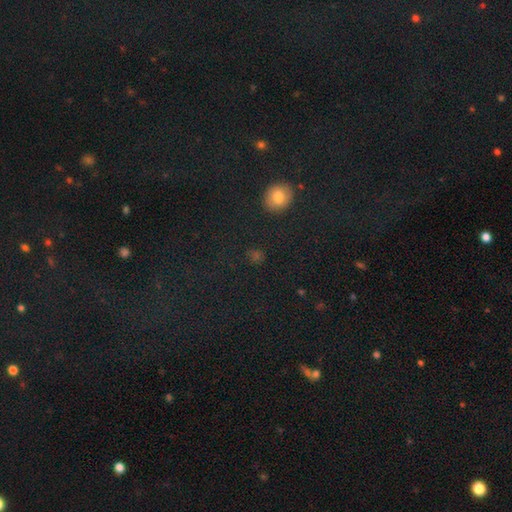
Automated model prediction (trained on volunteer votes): Q: Smooth or featured?
A: smooth (60%); runner-up: star or artifact (31%)
Q: How rounded?
A: round (78%); runner-up: in between (20%)
Q: Merging?
A: none (86%); runner-up: minor disturbance (8%)